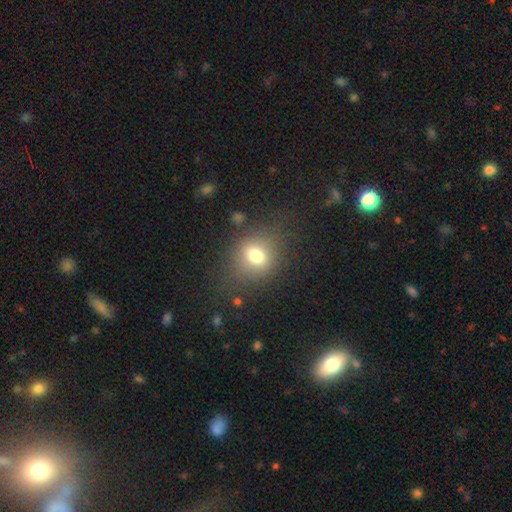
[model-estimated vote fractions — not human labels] Morphology: type=smooth (74%); roundness=round (58%); merging=none (73%).